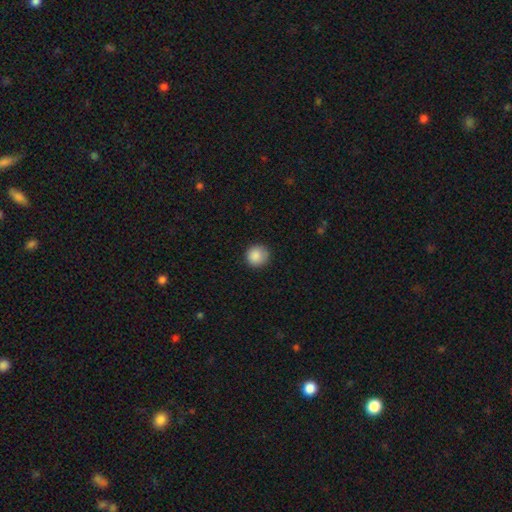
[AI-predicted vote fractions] Smooth or featured: smooth — 88% (star or artifact — 9%)
How rounded: round — 94% (in between — 5%)
Merging: none — 87% (minor disturbance — 10%)